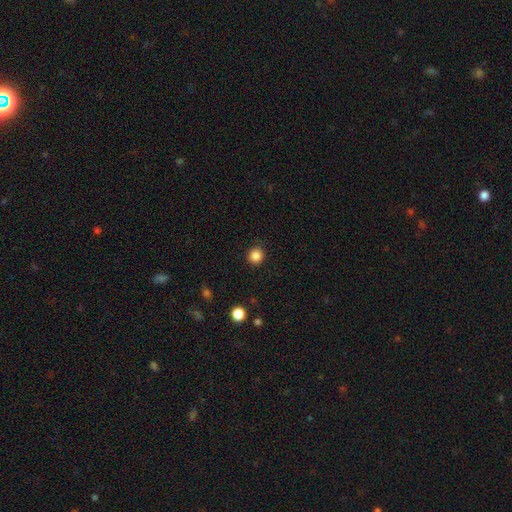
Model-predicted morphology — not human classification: Smooth or featured? Predicted: smooth (p=0.86). How rounded? Predicted: round (p=0.92). Merging? Predicted: none (p=0.90).